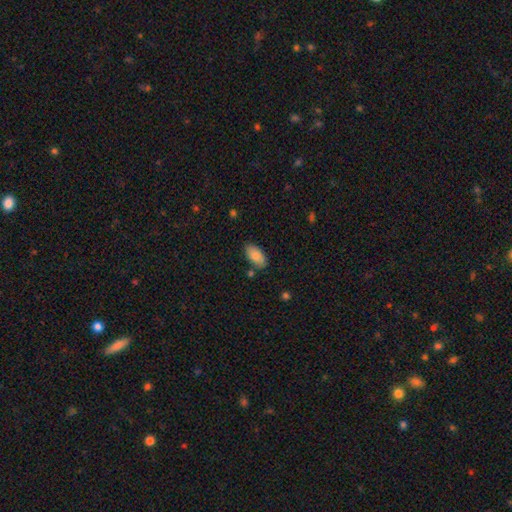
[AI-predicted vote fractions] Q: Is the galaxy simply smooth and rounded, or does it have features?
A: smooth — 85%.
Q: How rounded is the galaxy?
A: in between — 94%.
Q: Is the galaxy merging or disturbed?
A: none — 82%.